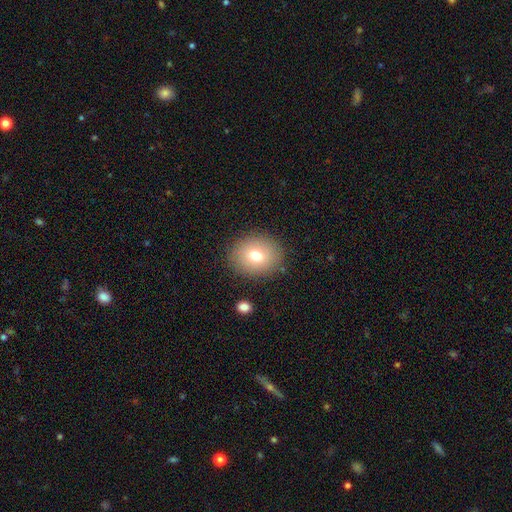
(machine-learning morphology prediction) A smooth galaxy with no disk features (74%) that is round (64%). Merging: none (86%).